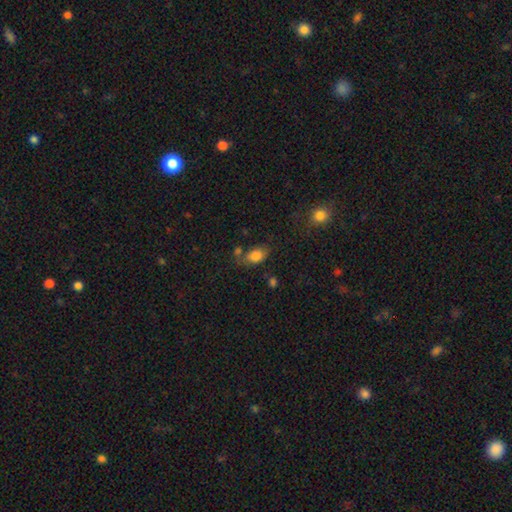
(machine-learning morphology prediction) Smooth or featured? Predicted: smooth (p=0.82). How rounded? Predicted: in between (p=0.84). Merging? Predicted: none (p=0.55).